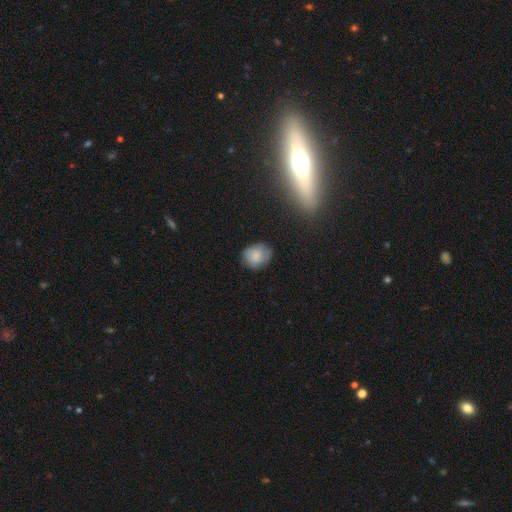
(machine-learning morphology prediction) type=smooth (72%); roundness=round (59%); merging=none (70%).